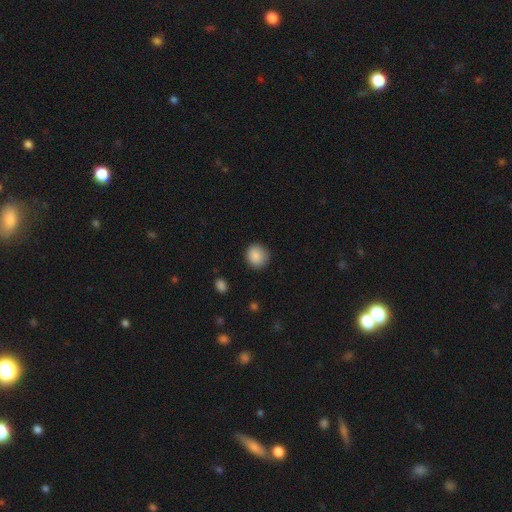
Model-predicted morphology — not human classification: The model was most divided on "how rounded": round: 86%, in between: 13%, cigar-shaped: 1%. More confident: smooth or featured — smooth (88%); merging — none (87%).